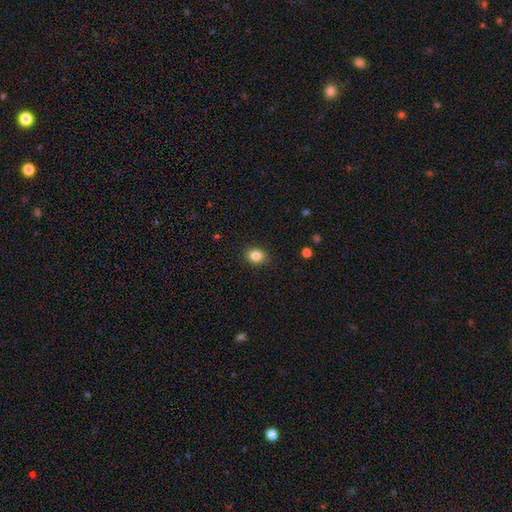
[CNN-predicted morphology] type=smooth (85%); roundness=in between (61%); merging=none (89%).